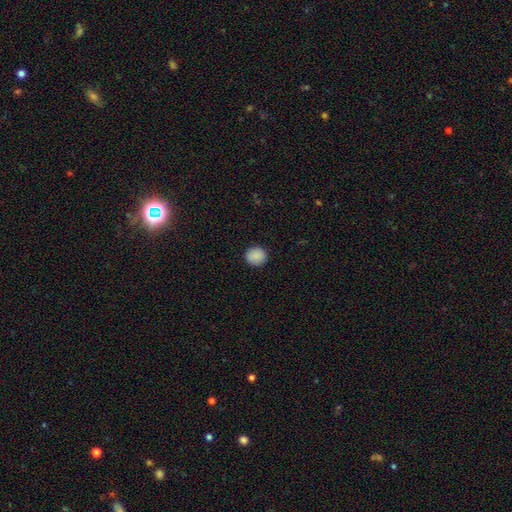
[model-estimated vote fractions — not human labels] Smooth or featured: smooth — 89% (star or artifact — 8%)
How rounded: round — 86% (in between — 13%)
Merging: none — 91% (minor disturbance — 6%)